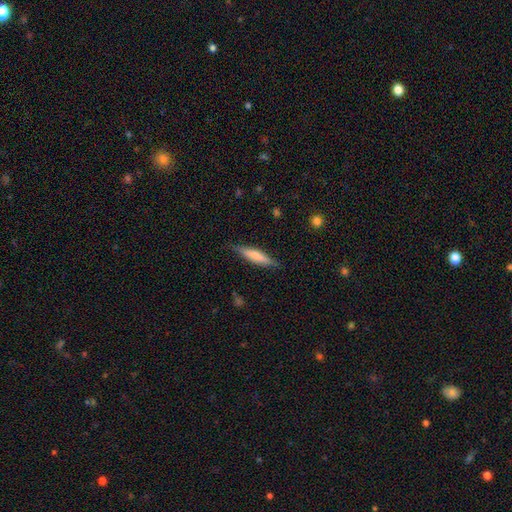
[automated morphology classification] Smooth or featured?
  - smooth: 64% *
  - featured or disk: 30%
  - star or artifact: 6%
How rounded?
  - cigar-shaped: 83% *
  - in between: 16%
  - round: 1%
Merging?
  - none: 81% *
  - minor disturbance: 15%
  - major disturbance: 3%
  - merger: 1%